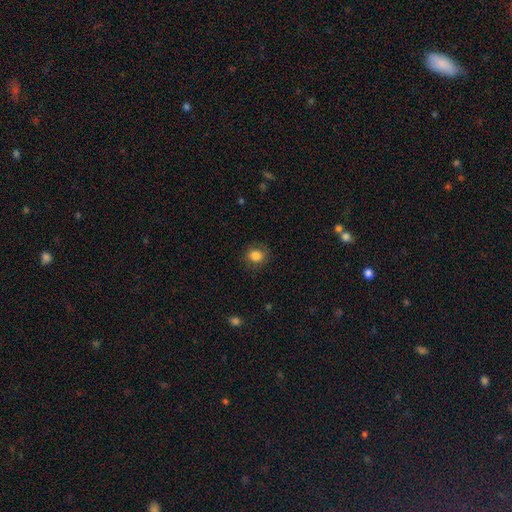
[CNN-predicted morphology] The model was most divided on "how rounded": round: 70%, in between: 29%, cigar-shaped: 1%. More confident: smooth or featured — smooth (84%); merging — none (82%).